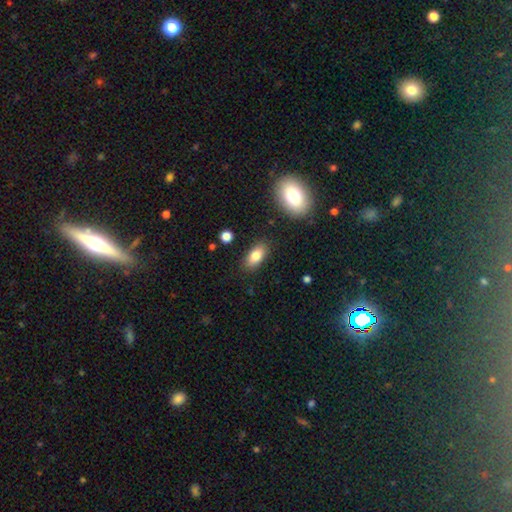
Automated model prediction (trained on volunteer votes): smooth 83%, featured or disk 9%, star or artifact 8%. Down the decision tree: how rounded — in between (89%); merging — none (85%).